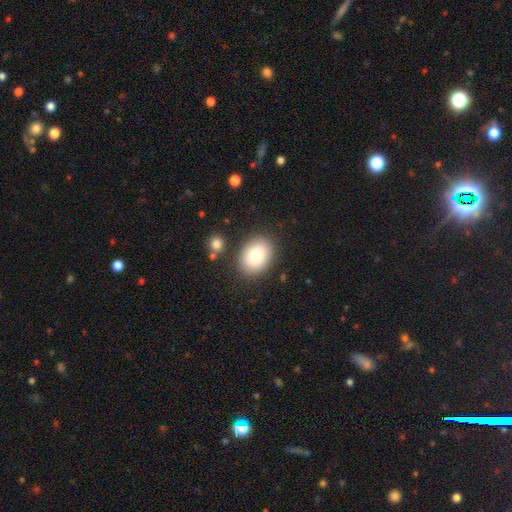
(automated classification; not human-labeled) Overall: smooth (81%). How rounded: in between (76%). Merging: none (83%).